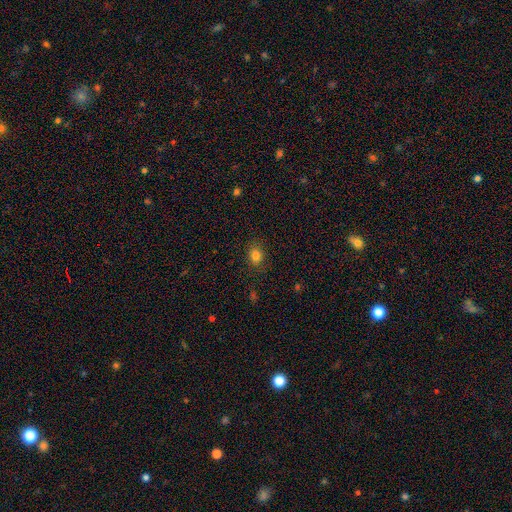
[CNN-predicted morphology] smooth_or_featured: smooth (p=0.81) [alt: star or artifact p=0.13]
how_rounded: round (p=0.56) [alt: in between p=0.43]
merging: none (p=0.86) [alt: minor disturbance p=0.10]